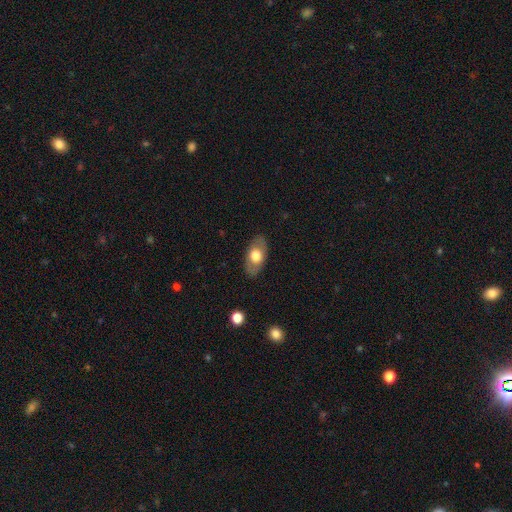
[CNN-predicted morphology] This appears to be a smooth galaxy with no disk features (61%) that is in between round and cigar-shaped (91%). Merging: none (84%).